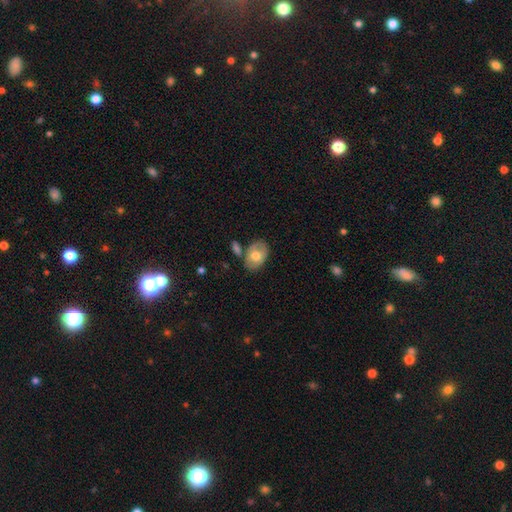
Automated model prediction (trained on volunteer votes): A smooth galaxy with no disk features (61%) that is in between round and cigar-shaped (83%). Merging: none (63%).